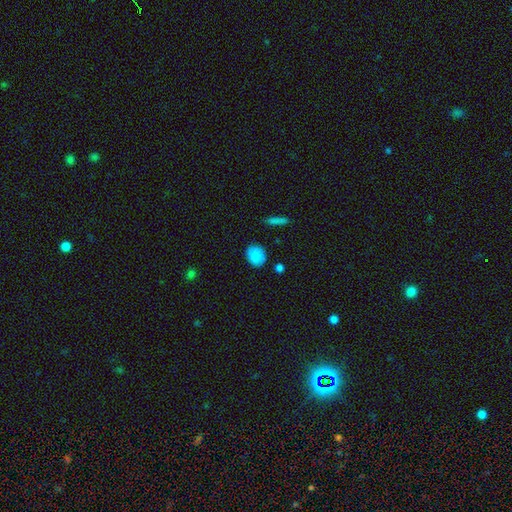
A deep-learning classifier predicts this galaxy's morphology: This appears to be a smooth galaxy with no disk features (88%) that is round (52%). Merging: none (83%).